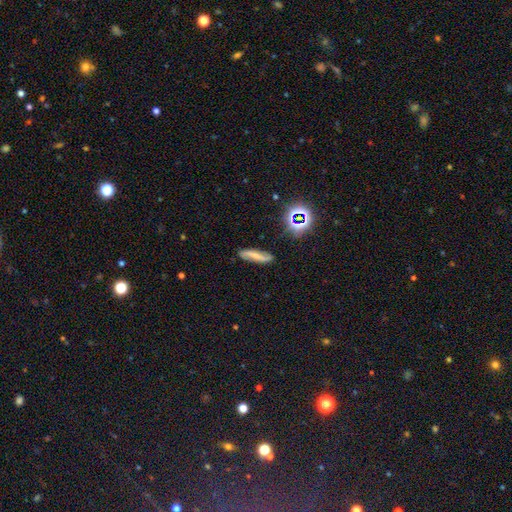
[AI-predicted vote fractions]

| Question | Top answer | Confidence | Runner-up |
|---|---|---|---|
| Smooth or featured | featured or disk | 46% | smooth (40%) |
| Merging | none | 76% | minor disturbance (16%) |